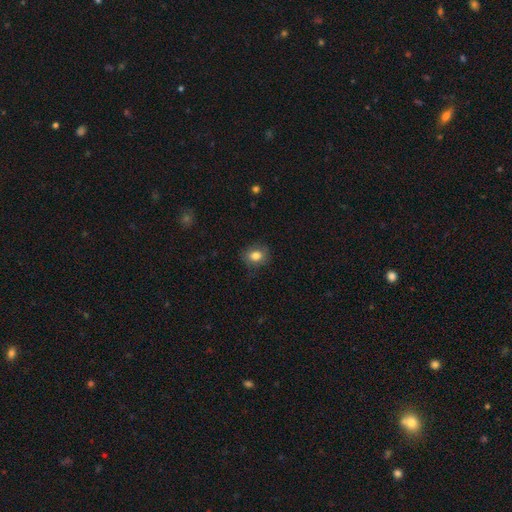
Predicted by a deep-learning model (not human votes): A smooth galaxy with no disk features (82%) that is round (52%). Merging: none (78%).